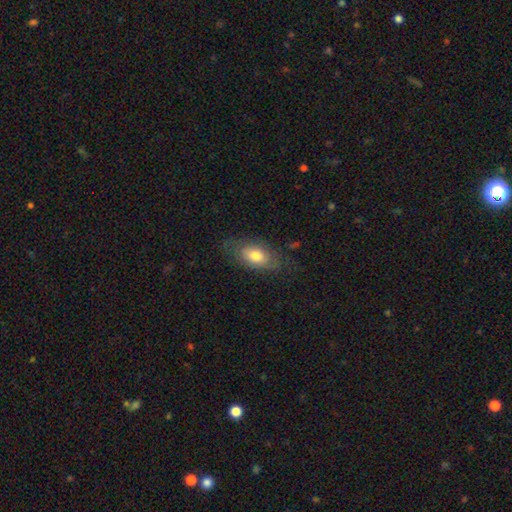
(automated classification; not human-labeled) Smooth or featured: smooth — 62% (featured or disk — 31%)
How rounded: in between — 89% (round — 6%)
Merging: none — 68% (minor disturbance — 21%)